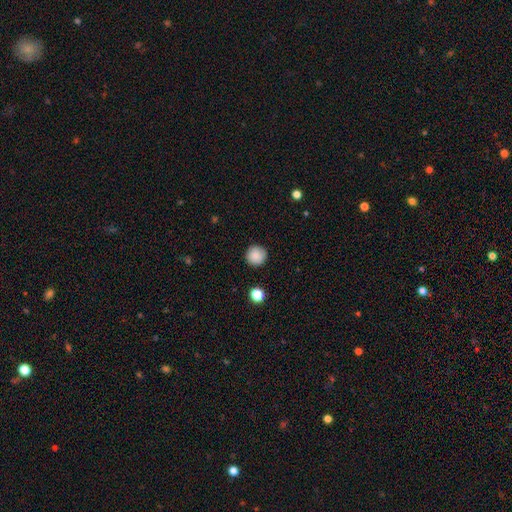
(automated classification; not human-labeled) Overall: smooth (86%). How rounded: round (95%). Merging: none (90%).